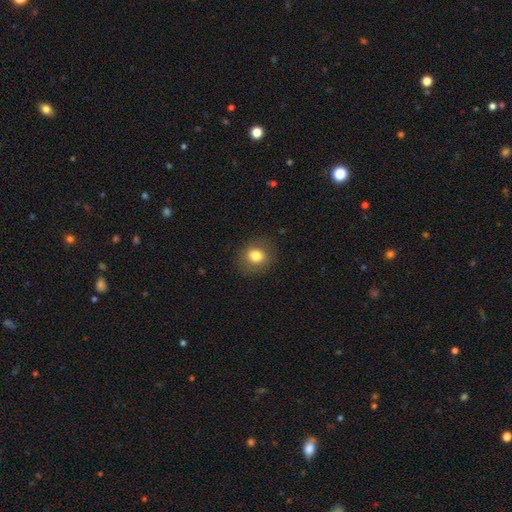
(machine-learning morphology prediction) A smooth galaxy with no disk features (80%) that is round (69%).

Vote fractions:
- Smooth or featured? smooth: 80% / featured or disk: 10% / star or artifact: 10%
- How rounded? round: 69% / in between: 30% / cigar-shaped: 1%
- Merging? none: 86% / minor disturbance: 9% / major disturbance: 3% / merger: 1%